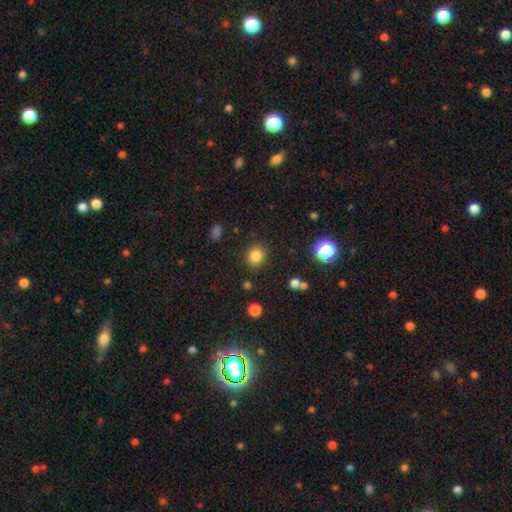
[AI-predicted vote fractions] The model was most divided on "how rounded": round: 80%, in between: 19%, cigar-shaped: 1%. More confident: merging — none (87%); smooth or featured — smooth (83%).